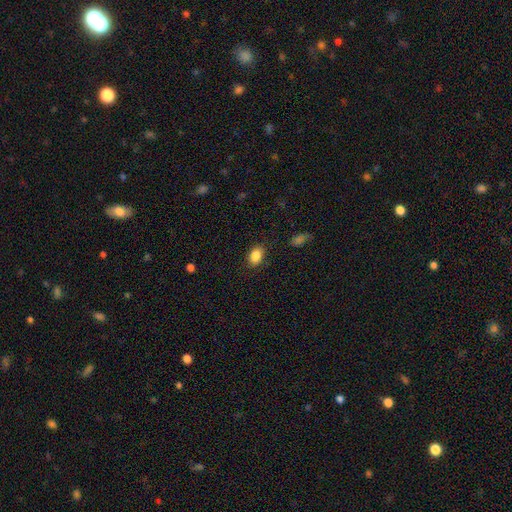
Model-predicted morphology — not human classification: smooth-or-featured: smooth: 86% | star or artifact: 8% | featured or disk: 5%
  how-rounded: in between: 80% | round: 18% | cigar-shaped: 1%
  merging: none: 84% | minor disturbance: 11% | major disturbance: 3% | merger: 1%